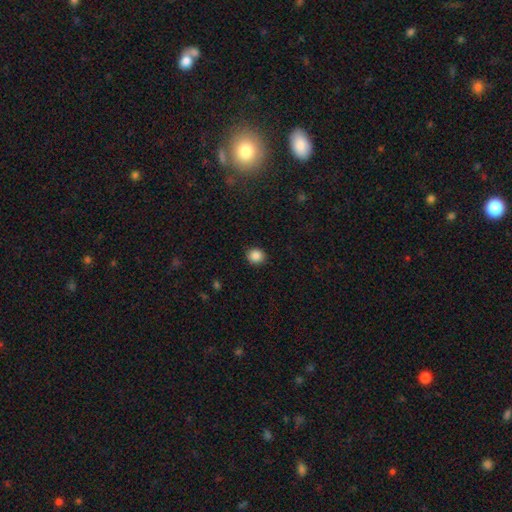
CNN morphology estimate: This appears to be a smooth galaxy with no disk features (87%) that is round (84%). Merging: none (91%).